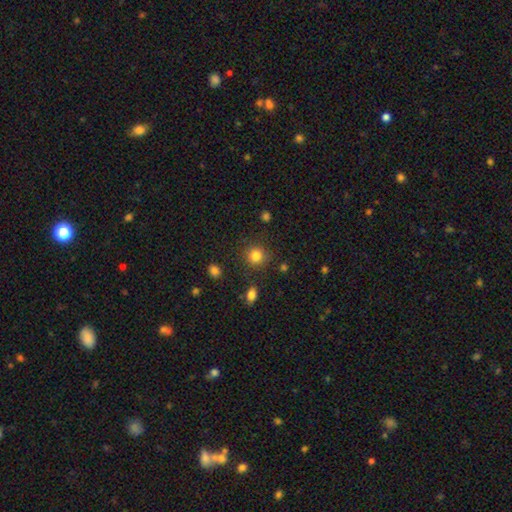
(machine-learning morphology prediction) This is clearly a smooth galaxy (83%). How rounded: clearly round (91%). Merging: clearly none (86%).